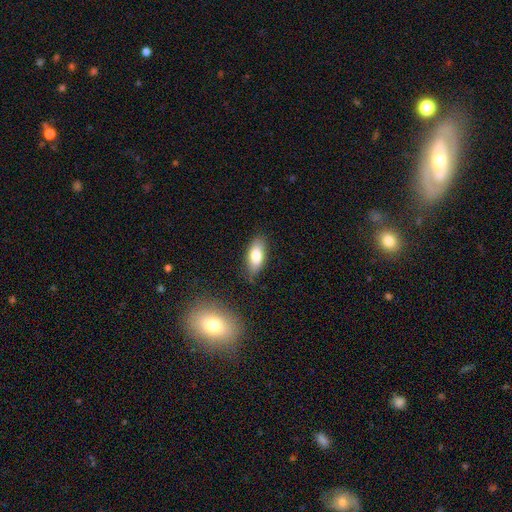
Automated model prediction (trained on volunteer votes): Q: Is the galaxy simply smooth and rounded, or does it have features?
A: smooth — 77%.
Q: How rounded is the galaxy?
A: in between — 83%.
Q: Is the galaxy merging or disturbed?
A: none — 81%.